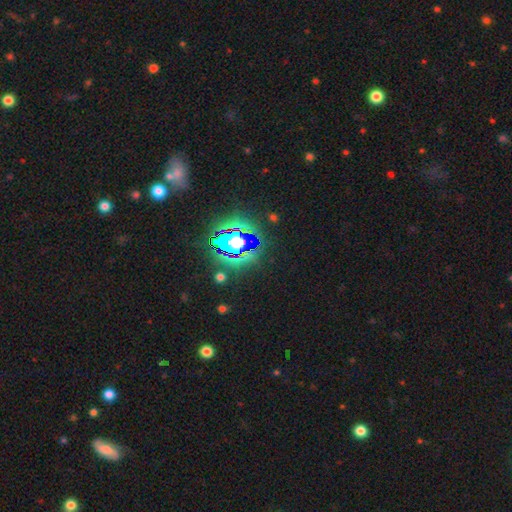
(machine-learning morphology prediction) This is clearly a star or artifact rather than a galaxy (83%).